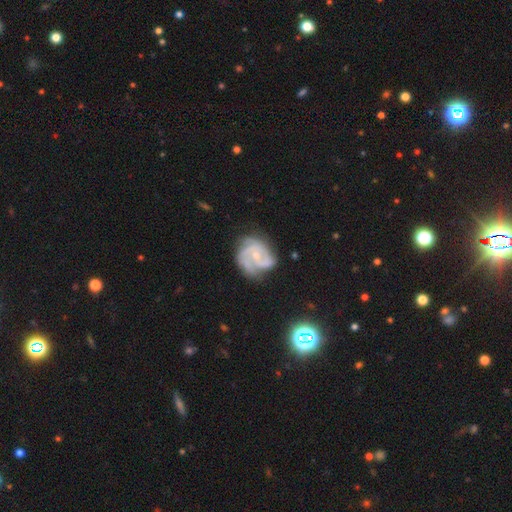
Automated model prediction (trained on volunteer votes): Smooth or featured? Predicted: featured or disk (p=0.86). Edge-on disk? Predicted: no (p=0.98). Bar? Predicted: no (p=0.66). Spiral arms? Predicted: yes (p=0.96). Spiral winding? Predicted: tight (p=0.48). Spiral arm count? Predicted: 3 (p=0.49). Bulge size? Predicted: small (p=0.65). Merging? Predicted: none (p=0.60).